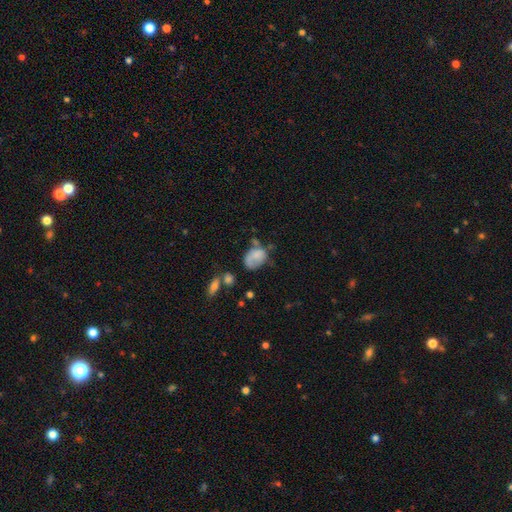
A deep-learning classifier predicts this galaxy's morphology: smooth-or-featured: smooth: 70% | featured or disk: 20% | star or artifact: 9%
  how-rounded: in between: 72% | round: 27% | cigar-shaped: 1%
  merging: none: 32% | minor disturbance: 30% | major disturbance: 24% | merger: 15%